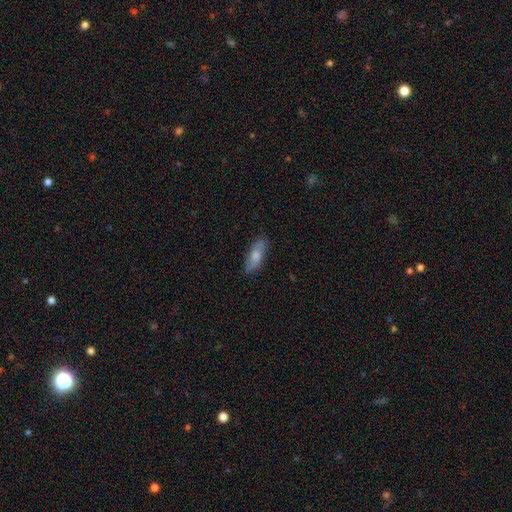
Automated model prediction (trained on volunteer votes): Q: Smooth or featured?
A: smooth (73%); runner-up: featured or disk (21%)
Q: How rounded?
A: in between (57%); runner-up: cigar-shaped (41%)
Q: Merging?
A: none (81%); runner-up: minor disturbance (15%)